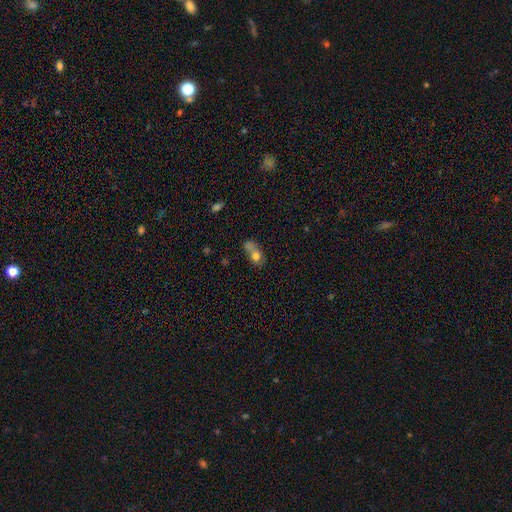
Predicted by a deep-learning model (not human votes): Smooth or featured?
  - smooth: 67% *
  - featured or disk: 19%
  - star or artifact: 14%
How rounded?
  - in between: 56% *
  - round: 40%
  - cigar-shaped: 4%
Merging?
  - merger: 48% *
  - none: 26%
  - minor disturbance: 14%
  - major disturbance: 12%